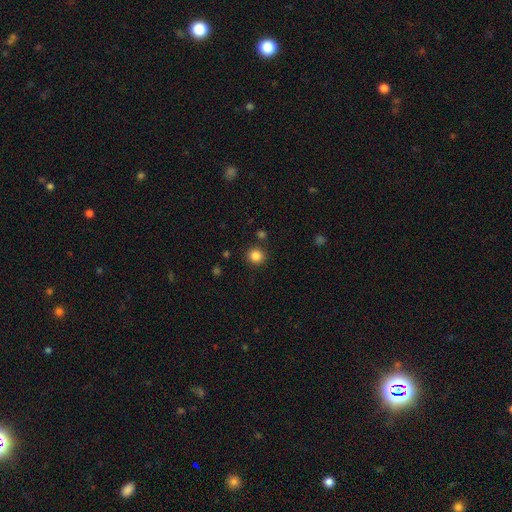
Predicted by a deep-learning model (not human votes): Smooth or featured? smooth (85%)
How rounded? round (89%)
Merging? none (87%)